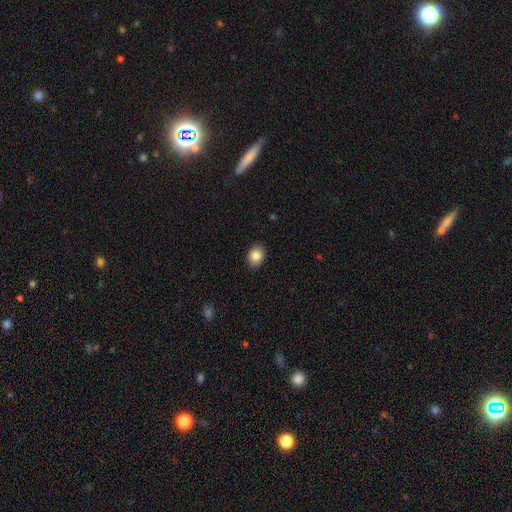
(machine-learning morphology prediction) The model was most divided on "how rounded": in between: 61%, round: 38%, cigar-shaped: 1%. More confident: merging — none (89%); smooth or featured — smooth (86%).